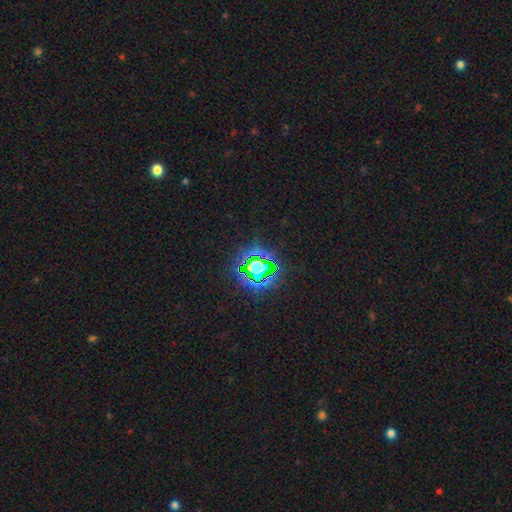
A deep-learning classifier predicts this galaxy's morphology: smooth_or_featured: star or artifact (p=0.83) [alt: smooth p=0.11]